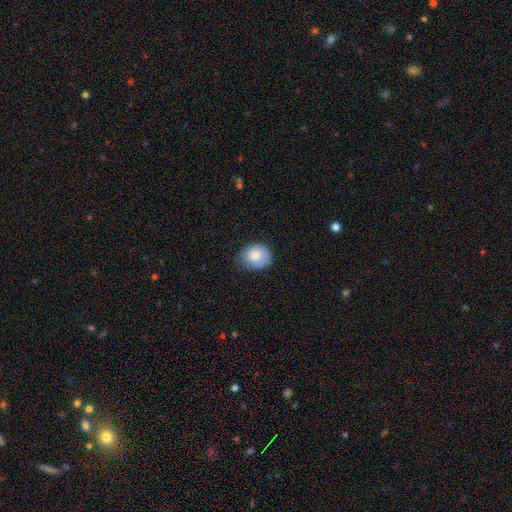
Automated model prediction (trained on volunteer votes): smooth-or-featured: smooth: 82% | featured or disk: 11% | star or artifact: 7%
  how-rounded: round: 53% | in between: 46% | cigar-shaped: 1%
  merging: none: 66% | minor disturbance: 27% | major disturbance: 6% | merger: 2%